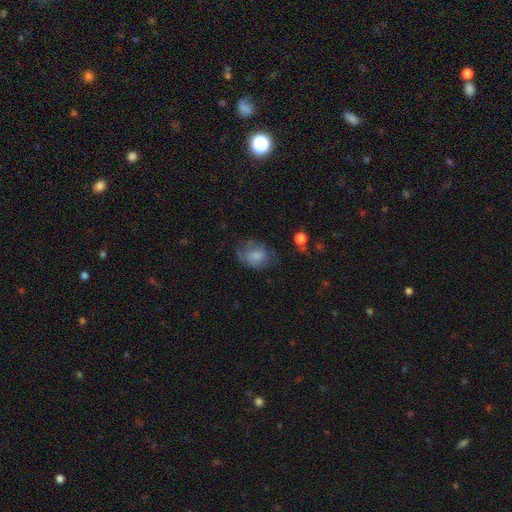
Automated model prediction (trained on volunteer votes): Q: Smooth or featured?
A: smooth (68%); runner-up: featured or disk (23%)
Q: How rounded?
A: in between (57%); runner-up: round (42%)
Q: Merging?
A: none (48%); runner-up: minor disturbance (28%)